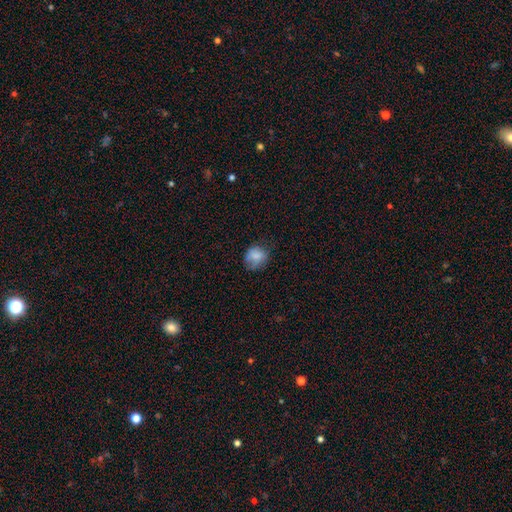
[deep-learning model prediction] This is clearly a smooth galaxy (81%). How rounded: likely round (63%). Merging: possibly none (57%).